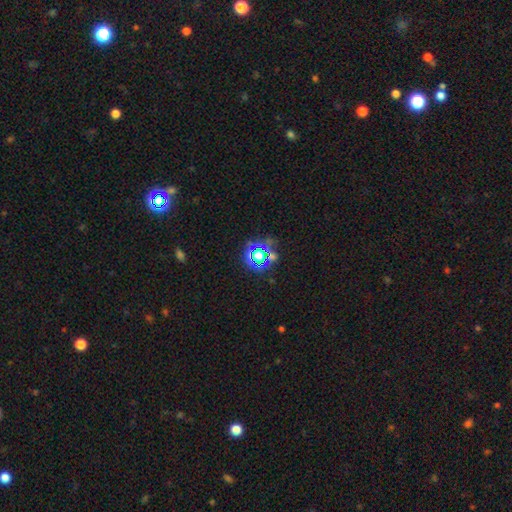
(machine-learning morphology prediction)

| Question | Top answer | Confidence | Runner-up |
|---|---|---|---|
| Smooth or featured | star or artifact | 60% | smooth (30%) |